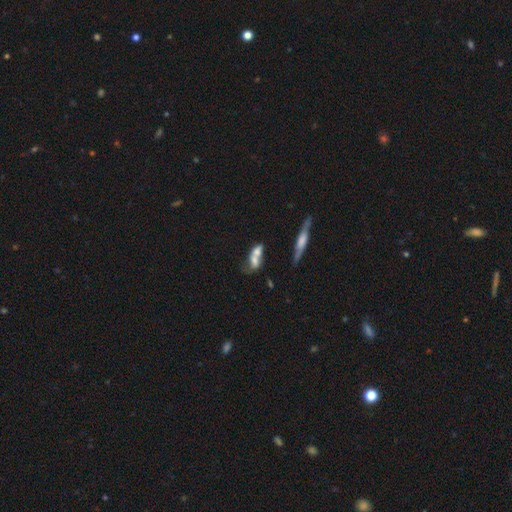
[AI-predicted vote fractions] The model was most divided on "smooth or featured": smooth: 55%, featured or disk: 35%, star or artifact: 10%. More confident: how rounded — in between (72%); merging — merger (60%).